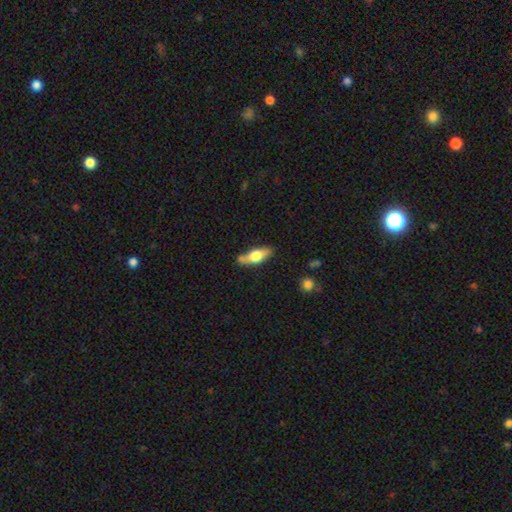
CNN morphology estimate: Overall: smooth (55%; featured or disk 39%). How rounded: in between (60%; cigar-shaped 36%). Merging: none (71%).